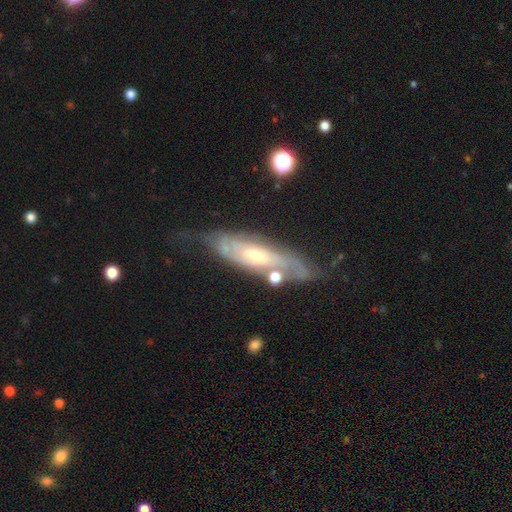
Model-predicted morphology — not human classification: Smooth or featured?
  - featured or disk: 78% *
  - smooth: 16%
  - star or artifact: 6%
Edge-on disk?
  - no: 73% *
  - yes: 27%
Bar?
  - no: 60% *
  - weak: 31%
  - strong: 9%
Spiral arms?
  - yes: 86% *
  - no: 14%
Bulge size?
  - moderate: 54% *
  - small: 38%
  - large: 5%
  - none: 2%
  - dominant: 1%
Merging?
  - none: 57% *
  - minor disturbance: 25%
  - major disturbance: 12%
  - merger: 6%